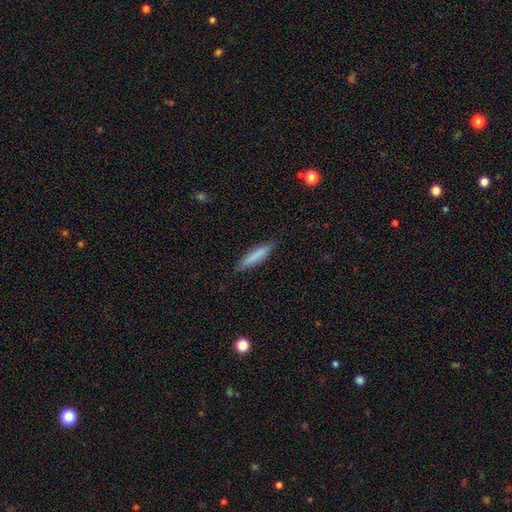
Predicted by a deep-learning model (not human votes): smooth_or_featured: smooth (p=0.81) [alt: featured or disk p=0.14]
how_rounded: cigar-shaped (p=0.83) [alt: in between p=0.16]
merging: none (p=0.86) [alt: minor disturbance p=0.11]